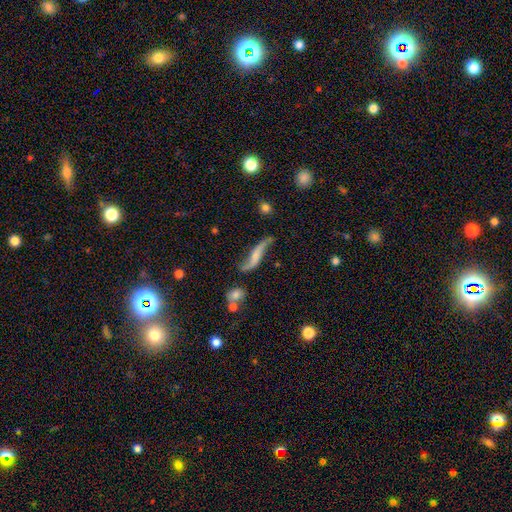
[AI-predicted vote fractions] Smooth or featured? featured or disk (71%)
Edge-on disk? no (74%)
Bar? no (56%)
Spiral arms? yes (88%)
Bulge size? none (38%)
Merging? none (56%)